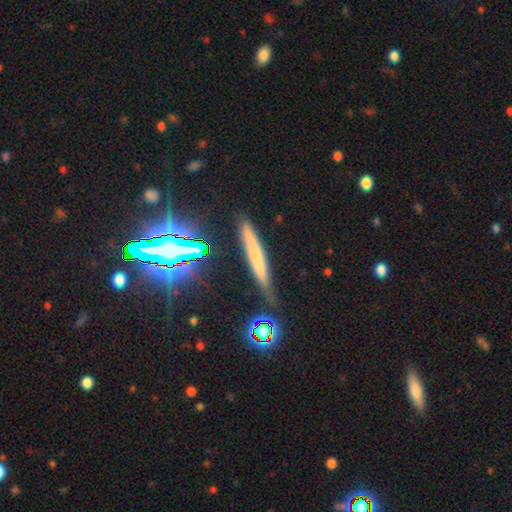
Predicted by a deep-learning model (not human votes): This is possibly a smooth galaxy (52%). How rounded: clearly cigar-shaped (94%). Merging: clearly none (80%).